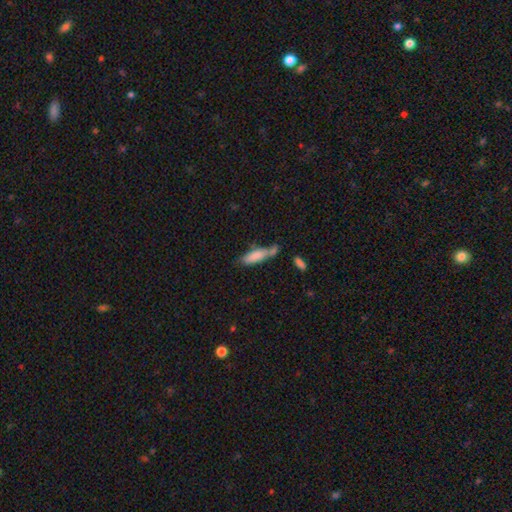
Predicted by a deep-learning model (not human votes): Smooth or featured?
  - smooth: 80% *
  - featured or disk: 14%
  - star or artifact: 7%
How rounded?
  - cigar-shaped: 60% *
  - in between: 39%
  - round: 2%
Merging?
  - none: 44% *
  - merger: 26%
  - minor disturbance: 23%
  - major disturbance: 8%